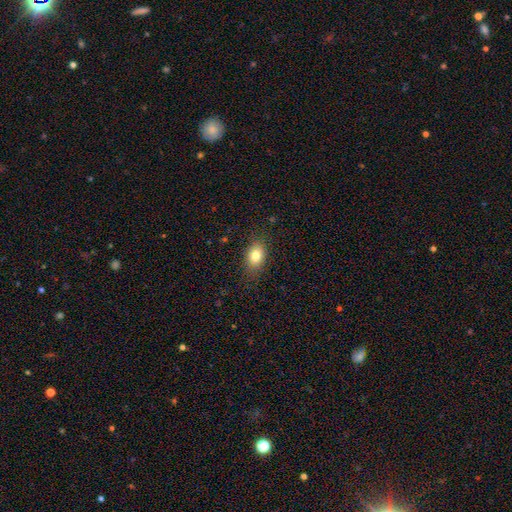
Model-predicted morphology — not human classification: This is clearly a smooth galaxy (81%). How rounded: likely in between (80%). Merging: clearly none (83%).